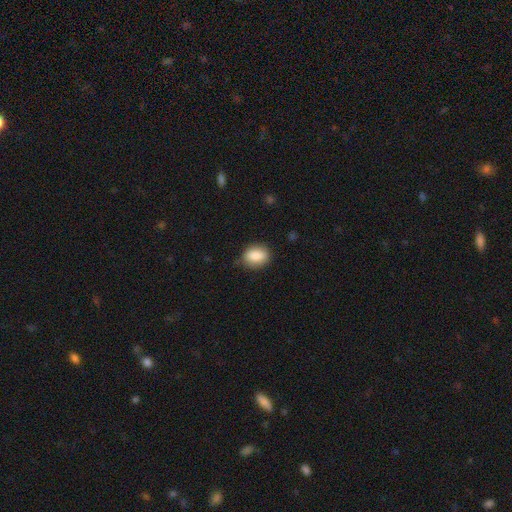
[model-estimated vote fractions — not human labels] smooth_or_featured: smooth (p=0.86) [alt: star or artifact p=0.07]
how_rounded: in between (p=0.72) [alt: round p=0.26]
merging: none (p=0.81) [alt: minor disturbance p=0.15]